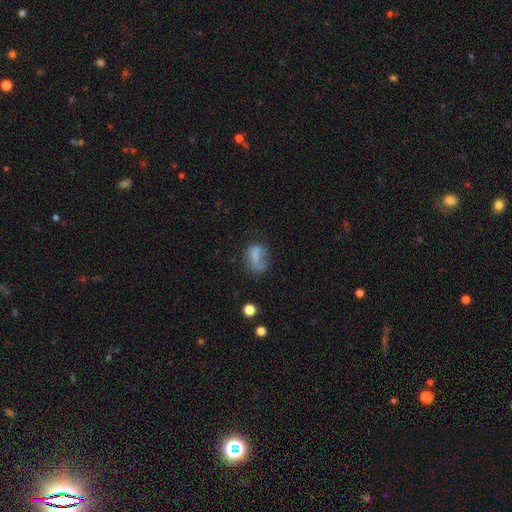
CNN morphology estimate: A smooth galaxy with no disk features (60%) that is in between round and cigar-shaped (69%).

Vote fractions:
- Smooth or featured? smooth: 60% / featured or disk: 28% / star or artifact: 12%
- How rounded? in between: 69% / round: 28% / cigar-shaped: 2%
- Merging? major disturbance: 35% (tied) / none: 35% (tied) / minor disturbance: 24% / merger: 5%